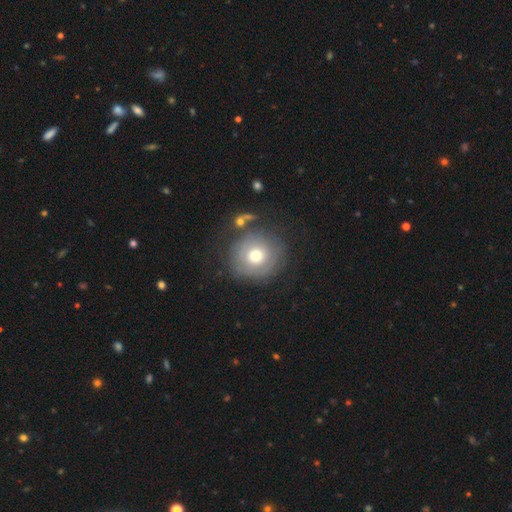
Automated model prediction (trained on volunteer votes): Smooth or featured? smooth (54%)
How rounded? round (92%)
Merging? none (72%)